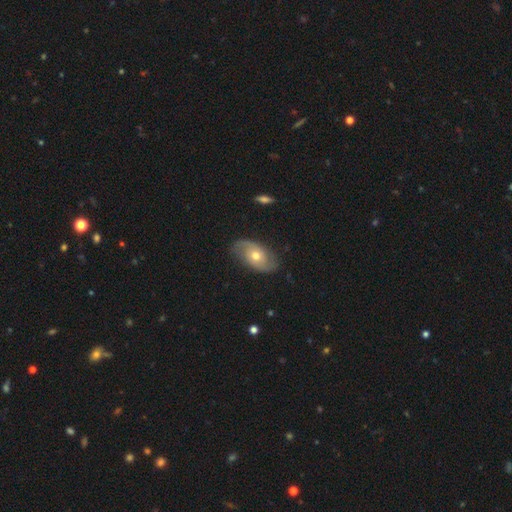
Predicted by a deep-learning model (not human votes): Smooth or featured? Predicted: featured or disk (p=0.66). Edge-on disk? Predicted: no (p=0.93). Bar? Predicted: no (p=0.77). Spiral arms? Predicted: yes (p=0.86). Spiral winding? Predicted: loose (p=0.41). Spiral arm count? Predicted: 2 (p=0.83). Bulge size? Predicted: moderate (p=0.69). Merging? Predicted: none (p=0.76).